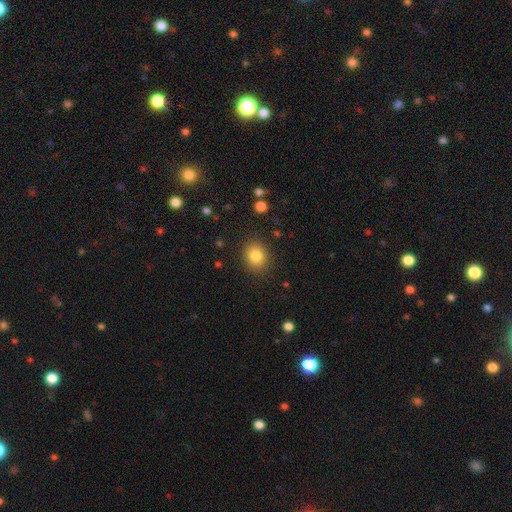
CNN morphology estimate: Smooth or featured? smooth (84%)
How rounded? round (61%)
Merging? none (87%)